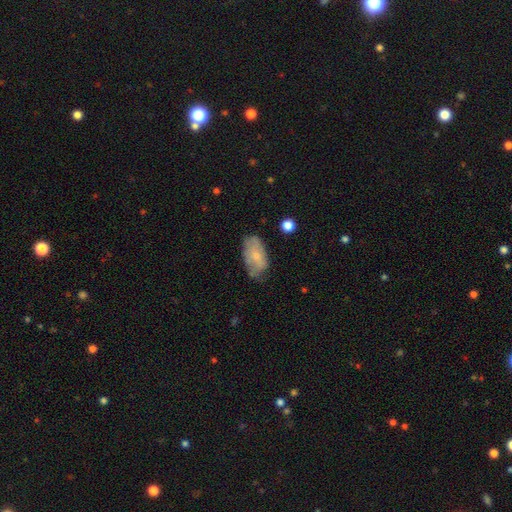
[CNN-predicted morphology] Q: Smooth or featured?
A: smooth (64%); runner-up: featured or disk (29%)
Q: How rounded?
A: in between (93%); runner-up: round (4%)
Q: Merging?
A: none (56%); runner-up: minor disturbance (32%)